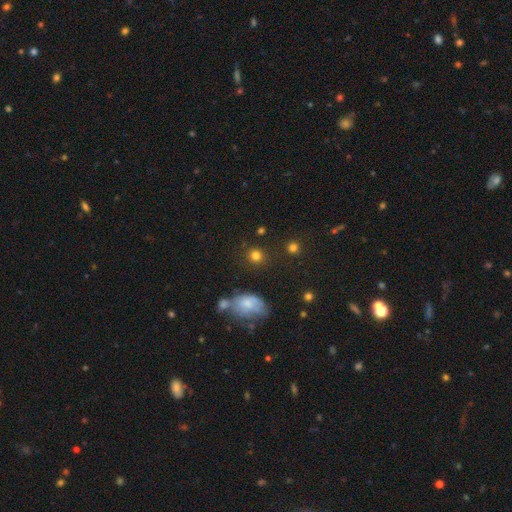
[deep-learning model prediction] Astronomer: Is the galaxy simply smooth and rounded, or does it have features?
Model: smooth — 81%.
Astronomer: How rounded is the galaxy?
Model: round — 84%.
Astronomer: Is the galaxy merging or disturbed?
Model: none — 80%.